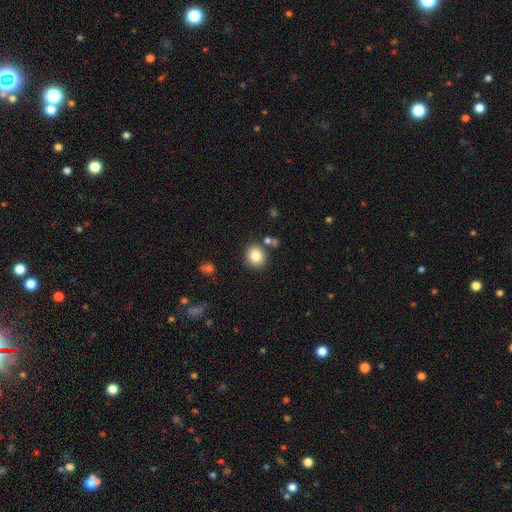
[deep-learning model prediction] smooth_or_featured: smooth (p=0.84) [alt: star or artifact p=0.10]
how_rounded: round (p=0.79) [alt: in between p=0.20]
merging: none (p=0.79) [alt: minor disturbance p=0.09]